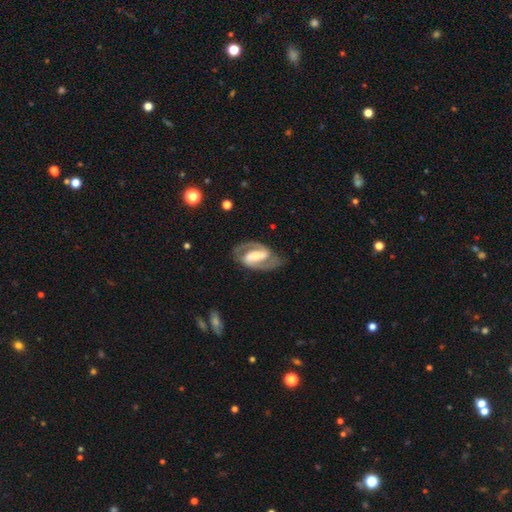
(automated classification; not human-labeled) Smooth or featured? Predicted: featured or disk (p=0.88). Edge-on disk? Predicted: no (p=0.97). Bar? Predicted: strong (p=0.62). Spiral arms? Predicted: yes (p=0.94). Spiral winding? Predicted: medium (p=0.55). Spiral arm count? Predicted: 2 (p=0.92). Bulge size? Predicted: moderate (p=0.49). Merging? Predicted: none (p=0.80).